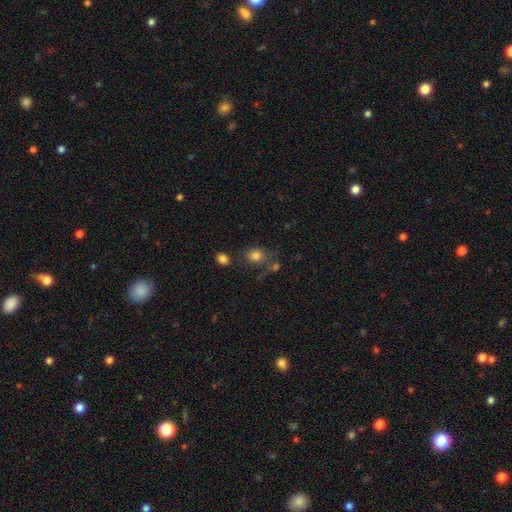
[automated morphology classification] The model was most divided on "how rounded": round: 64%, in between: 35%, cigar-shaped: 1%. More confident: smooth or featured — smooth (81%); merging — none (61%).